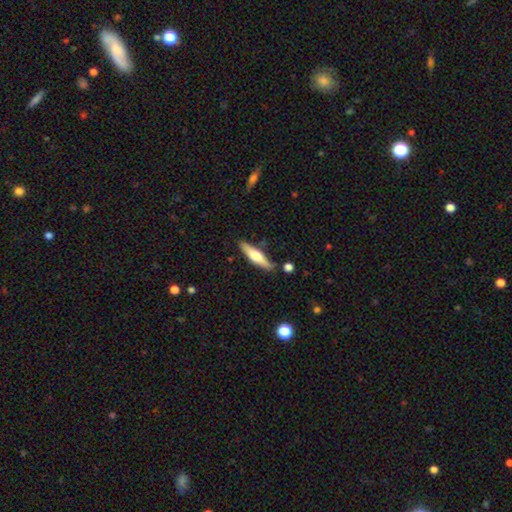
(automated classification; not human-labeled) smooth_or_featured: smooth (p=0.50) [alt: featured or disk p=0.44]
how_rounded: cigar-shaped (p=0.72) [alt: in between p=0.26]
merging: none (p=0.81) [alt: minor disturbance p=0.12]